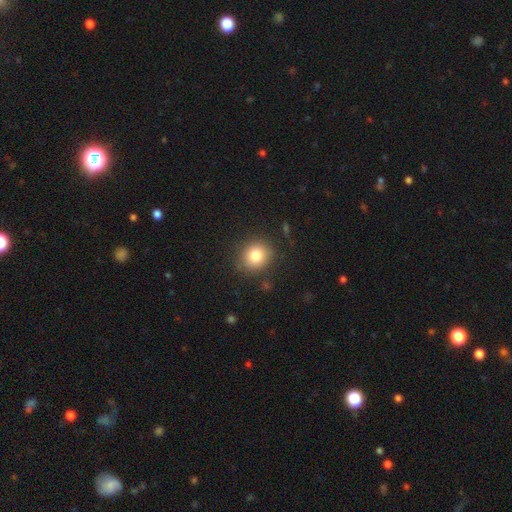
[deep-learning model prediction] Morphology: type=smooth (80%); roundness=round (81%); merging=none (86%).